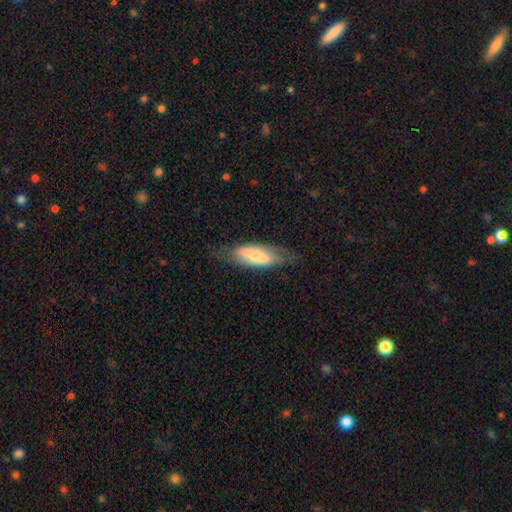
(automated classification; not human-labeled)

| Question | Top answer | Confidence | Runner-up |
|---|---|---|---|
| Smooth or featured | smooth | 57% | featured or disk (36%) |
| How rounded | in between | 67% | cigar-shaped (31%) |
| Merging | none | 64% | minor disturbance (24%) |